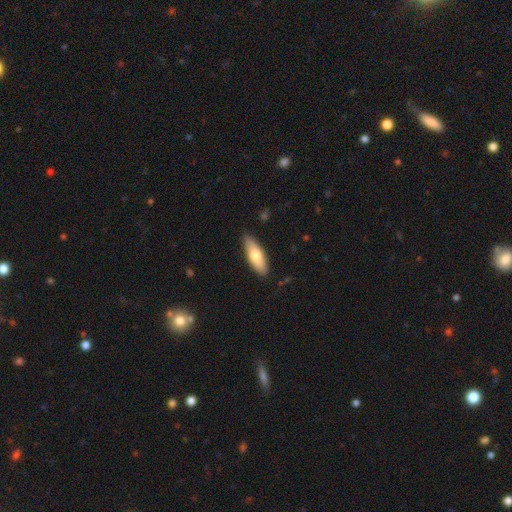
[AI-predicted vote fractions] Smooth or featured? smooth (71%)
How rounded? in between (66%)
Merging? none (84%)